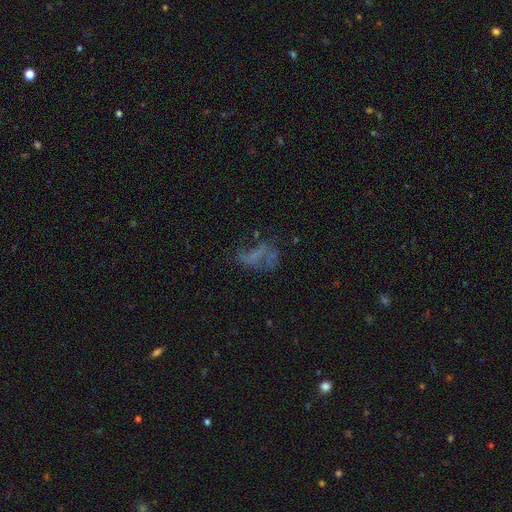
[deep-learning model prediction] Smooth or featured? featured or disk (45%)
Merging? none (38%)